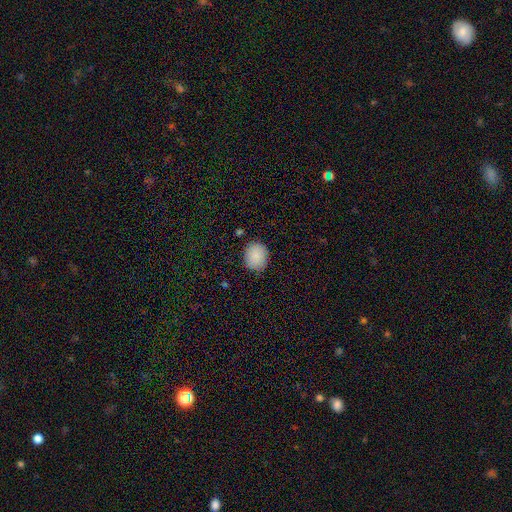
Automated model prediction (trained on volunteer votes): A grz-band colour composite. It shows a smooth galaxy with no disk features (89%) that is round (57%). Merging: none (85%).